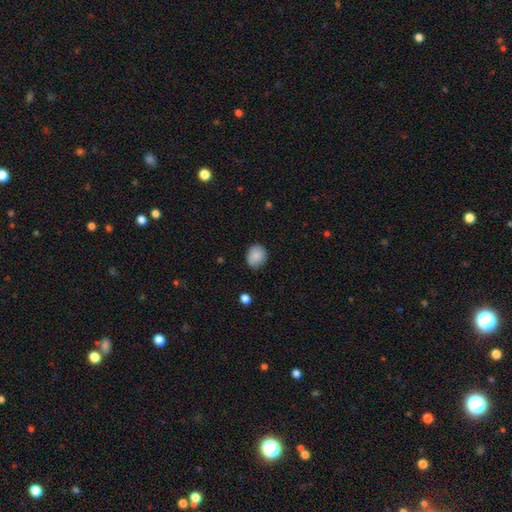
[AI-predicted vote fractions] A smooth galaxy with no disk features (87%) that is round (66%). Merging: none (81%).